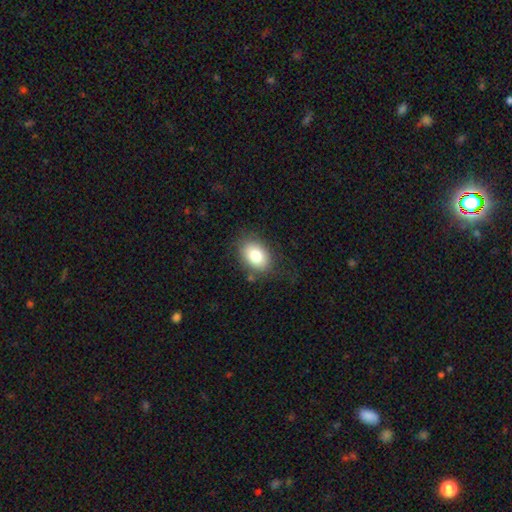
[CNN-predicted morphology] smooth-or-featured: smooth: 79% | featured or disk: 12% | star or artifact: 8%
  how-rounded: in between: 80% | round: 19% | cigar-shaped: 1%
  merging: none: 78% | minor disturbance: 15% | major disturbance: 6% | merger: 2%